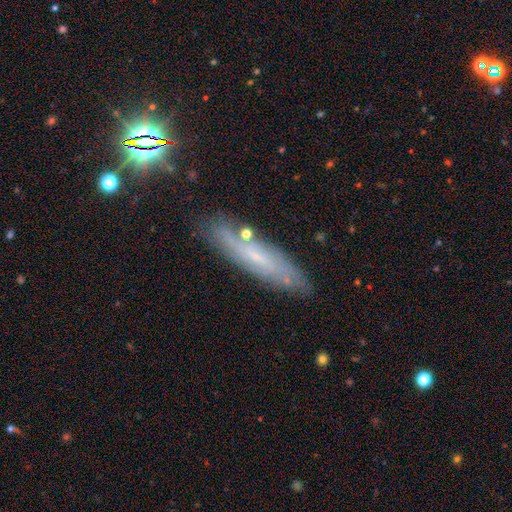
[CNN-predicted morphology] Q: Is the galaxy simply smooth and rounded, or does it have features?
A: featured or disk — 52%.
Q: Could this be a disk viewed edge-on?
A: yes — 53%.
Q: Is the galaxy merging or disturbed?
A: none — 78%.